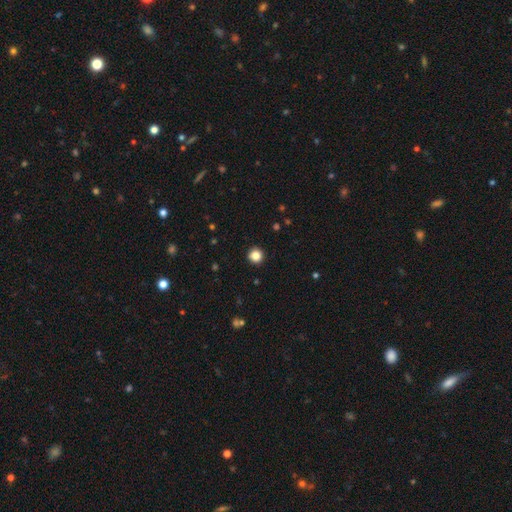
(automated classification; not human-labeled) smooth-or-featured: smooth: 85% | star or artifact: 11% | featured or disk: 4%
  how-rounded: round: 95% | in between: 4% | cigar-shaped: 1%
  merging: none: 94% | minor disturbance: 4% | major disturbance: 1% | merger: 1%